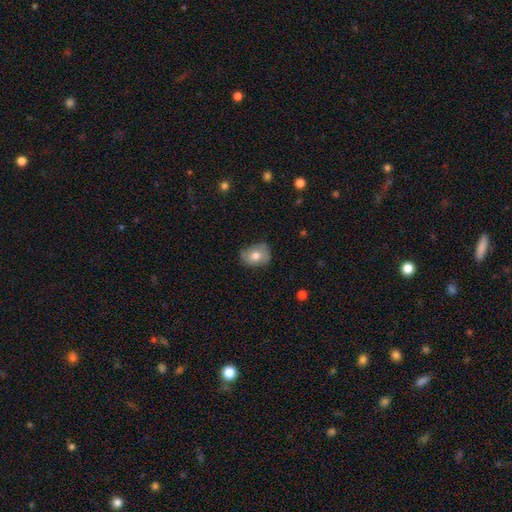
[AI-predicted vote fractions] Smooth or featured? Predicted: smooth (p=0.72). How rounded? Predicted: in between (p=0.59). Merging? Predicted: none (p=0.67).